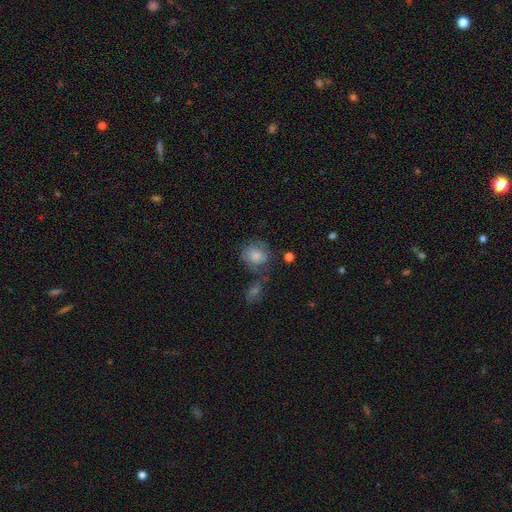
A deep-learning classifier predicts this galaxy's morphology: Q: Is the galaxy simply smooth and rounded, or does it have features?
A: smooth — 72%.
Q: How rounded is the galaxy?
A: round — 74%.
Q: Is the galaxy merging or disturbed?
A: none — 51%.